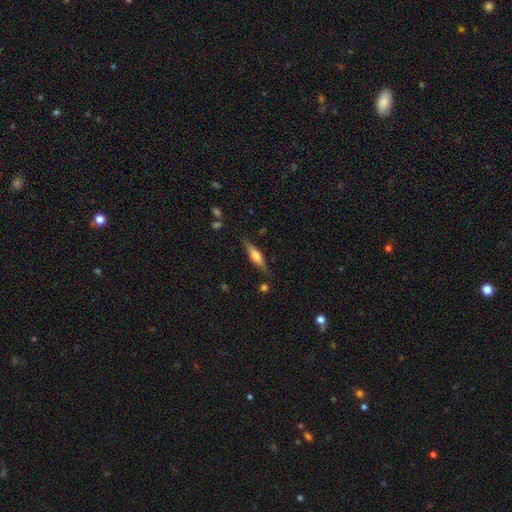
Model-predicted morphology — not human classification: smooth_or_featured: featured or disk (p=0.56) [alt: smooth p=0.37]
disk_edge_on: yes (p=0.95) [alt: no p=0.05]
edge_on_bulge: rounded (p=0.84) [alt: boxy p=0.13]
merging: none (p=0.82) [alt: minor disturbance p=0.13]